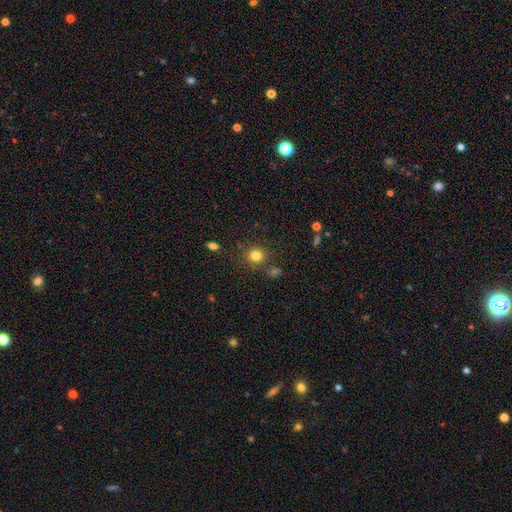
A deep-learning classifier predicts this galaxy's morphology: This is clearly a smooth galaxy (81%). How rounded: clearly round (88%). Merging: likely none (79%).